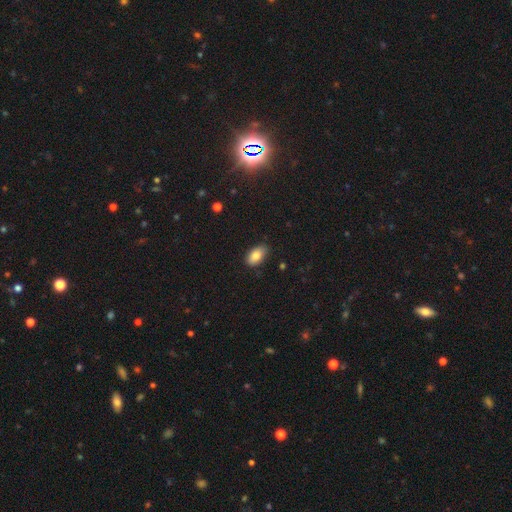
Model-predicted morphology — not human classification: A smooth galaxy with no disk features (83%) that is in between round and cigar-shaped (92%).

Vote fractions:
- Smooth or featured? smooth: 83% / featured or disk: 9% / star or artifact: 8%
- How rounded? in between: 92% / round: 5% / cigar-shaped: 2%
- Merging? none: 82% / minor disturbance: 15% / major disturbance: 2% / merger: 1%